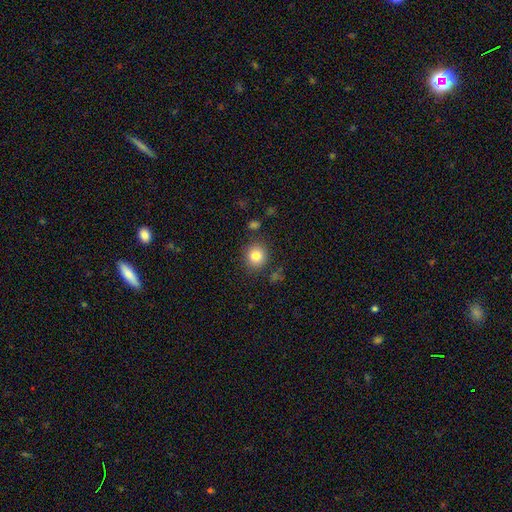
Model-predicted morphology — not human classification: Smooth or featured? smooth (82%)
How rounded? round (86%)
Merging? none (85%)